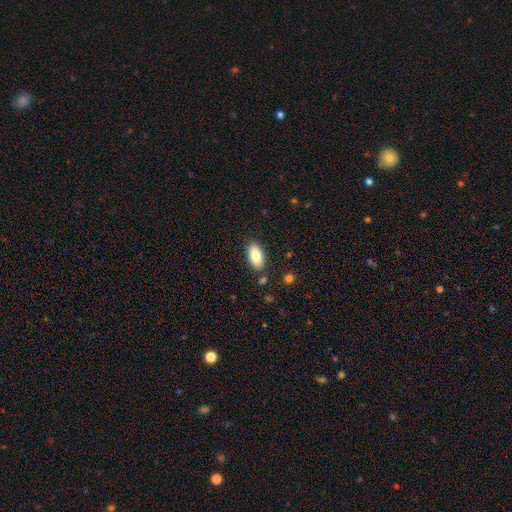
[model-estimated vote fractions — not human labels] This appears to be a smooth galaxy with no disk features (85%) that is in between round and cigar-shaped (91%). Merging: none (85%).